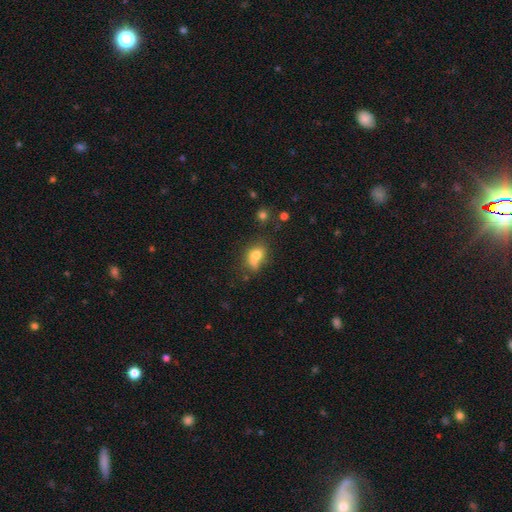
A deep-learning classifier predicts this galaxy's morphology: A smooth galaxy with no disk features (70%) that is in between round and cigar-shaped (67%).

Vote fractions:
- Smooth or featured? smooth: 70% / featured or disk: 18% / star or artifact: 12%
- How rounded? in between: 67% / round: 29% / cigar-shaped: 4%
- Merging? none: 38% / minor disturbance: 24% / merger: 22% / major disturbance: 16%